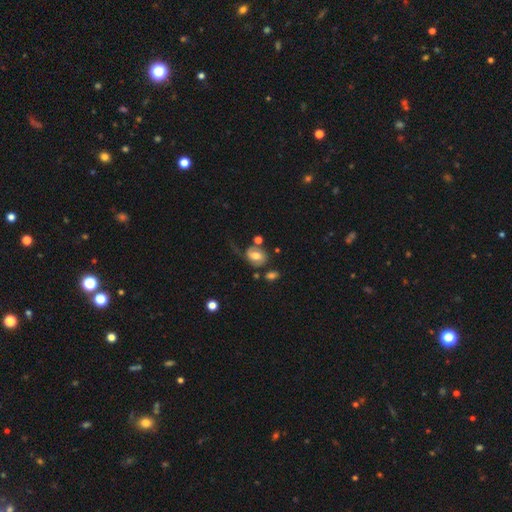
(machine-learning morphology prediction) Smooth or featured?
  - smooth: 50% *
  - featured or disk: 41%
  - star or artifact: 9%
Merging?
  - none: 45% *
  - minor disturbance: 23%
  - major disturbance: 21%
  - merger: 12%